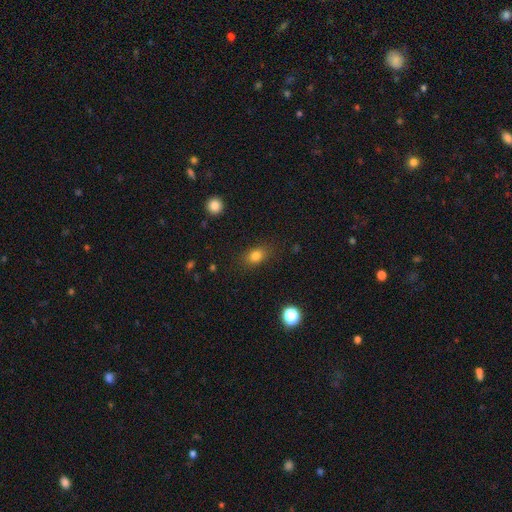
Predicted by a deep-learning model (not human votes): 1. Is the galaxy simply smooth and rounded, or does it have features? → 81% smooth, 12% star or artifact, 7% featured or disk.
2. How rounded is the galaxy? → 68% in between, 30% round, 2% cigar-shaped.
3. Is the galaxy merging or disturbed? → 82% none, 12% minor disturbance, 4% major disturbance, 1% merger.